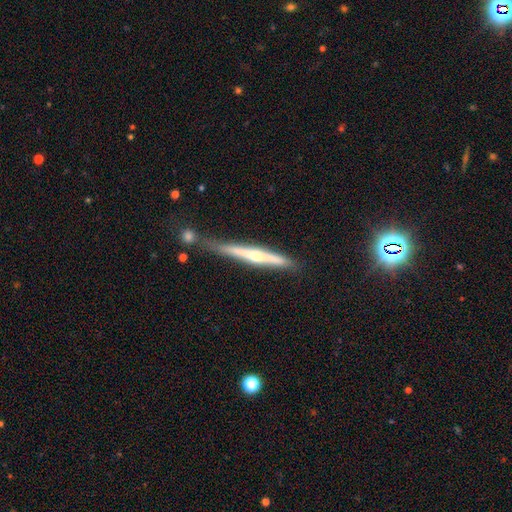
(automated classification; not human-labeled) Q: Smooth or featured?
A: featured or disk (61%); runner-up: smooth (33%)
Q: Edge-on disk?
A: yes (96%); runner-up: no (4%)
Q: Edge-on bulge?
A: rounded (67%); runner-up: none (25%)
Q: Merging?
A: none (63%); runner-up: minor disturbance (20%)